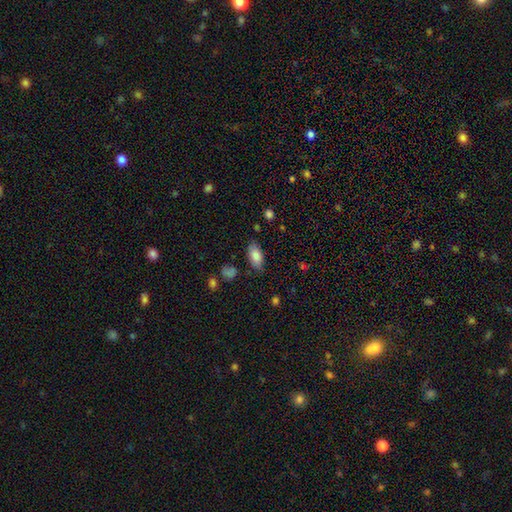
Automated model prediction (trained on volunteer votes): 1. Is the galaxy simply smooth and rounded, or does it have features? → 83% smooth, 9% featured or disk, 8% star or artifact.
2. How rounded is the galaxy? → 91% in between, 6% cigar-shaped, 3% round.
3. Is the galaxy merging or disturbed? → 80% none, 15% minor disturbance, 4% major disturbance, 2% merger.